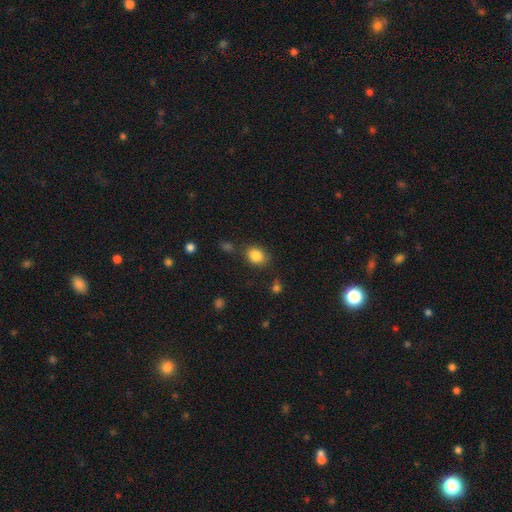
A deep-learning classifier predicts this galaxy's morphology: A smooth galaxy with no disk features (85%) that is in between round and cigar-shaped (58%).

Vote fractions:
- Smooth or featured? smooth: 85% / star or artifact: 9% / featured or disk: 6%
- How rounded? in between: 58% / round: 41% / cigar-shaped: 1%
- Merging? none: 76% / minor disturbance: 15% / merger: 5% / major disturbance: 4%